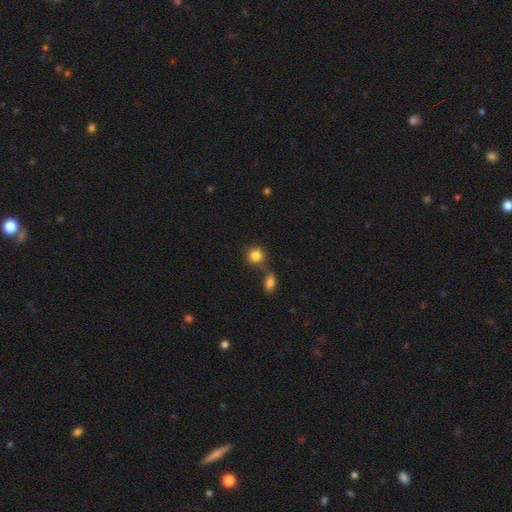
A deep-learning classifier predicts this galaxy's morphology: smooth_or_featured: smooth (p=0.83) [alt: star or artifact p=0.09]
how_rounded: round (p=0.83) [alt: in between p=0.16]
merging: none (p=0.53) [alt: merger p=0.31]